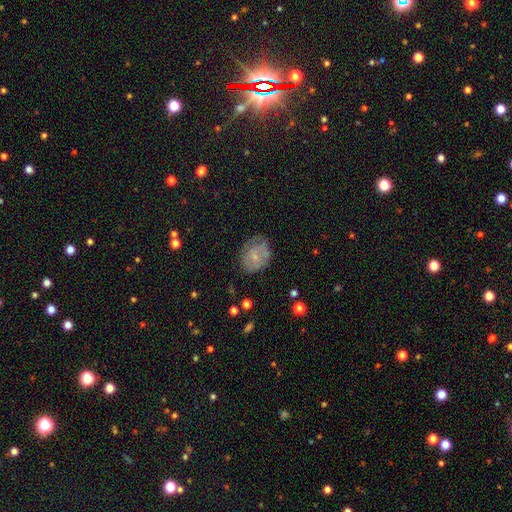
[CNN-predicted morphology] This appears to be a smooth galaxy with no disk features (51%) that is in between round and cigar-shaped (53%). Merging: none (59%).